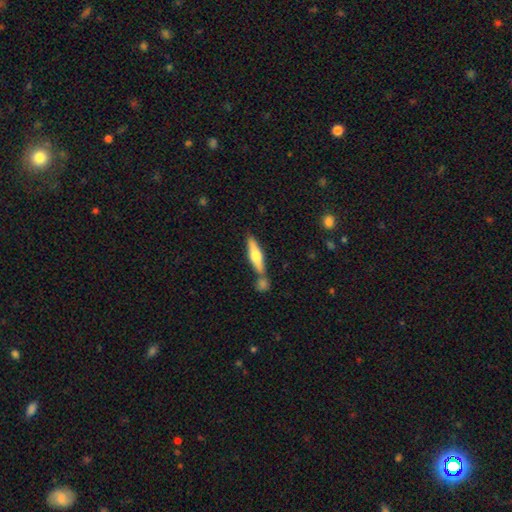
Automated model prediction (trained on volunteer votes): Smooth or featured?
  - smooth: 49% *
  - featured or disk: 46%
  - star or artifact: 5%
Merging?
  - none: 65% *
  - merger: 20%
  - minor disturbance: 12%
  - major disturbance: 3%